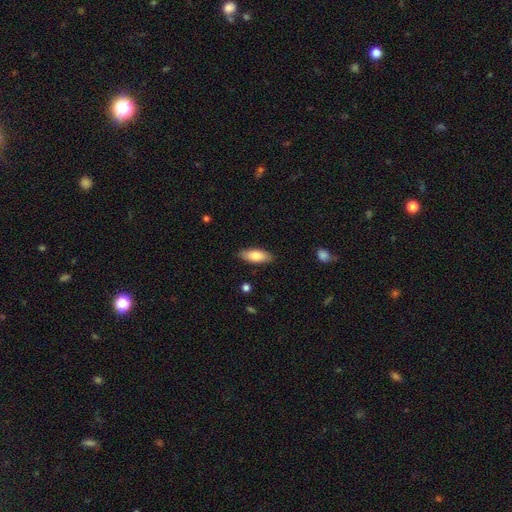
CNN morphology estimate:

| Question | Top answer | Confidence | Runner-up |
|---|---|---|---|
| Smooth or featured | smooth | 80% | featured or disk (14%) |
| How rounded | in between | 79% | cigar-shaped (20%) |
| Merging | none | 87% | minor disturbance (10%) |